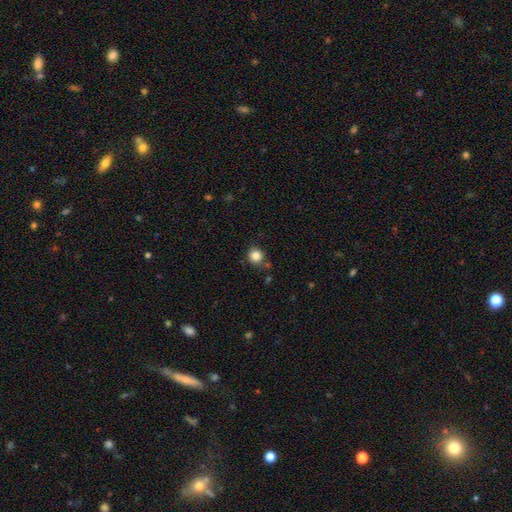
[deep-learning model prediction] This is clearly a smooth galaxy (85%). How rounded: clearly round (91%). Merging: likely none (79%).